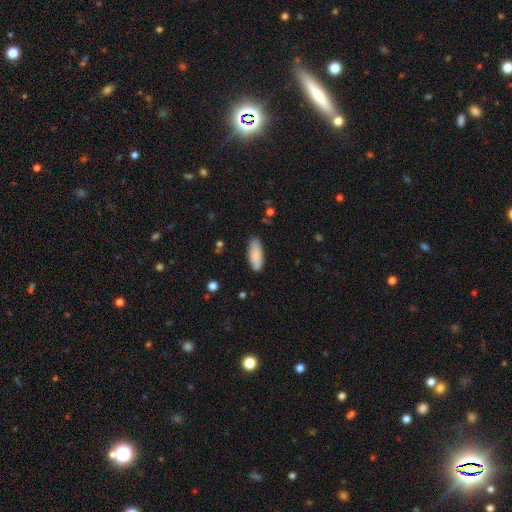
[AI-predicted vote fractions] Overall: smooth (87%). How rounded: in between (75%). Merging: none (84%).